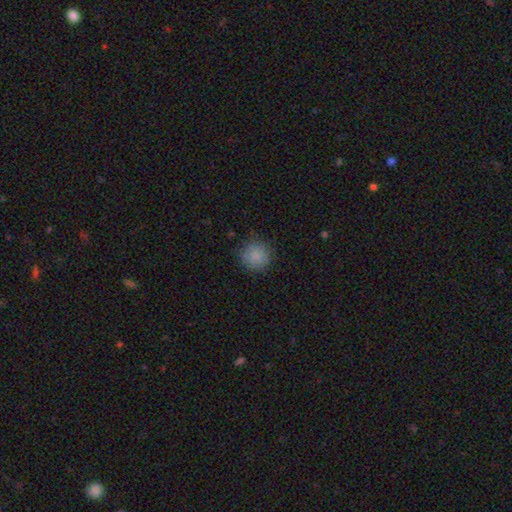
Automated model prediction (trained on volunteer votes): The model was most divided on "merging": none: 87%, minor disturbance: 10%, major disturbance: 3%, merger: 1%. More confident: how rounded — round (93%); smooth or featured — smooth (87%).